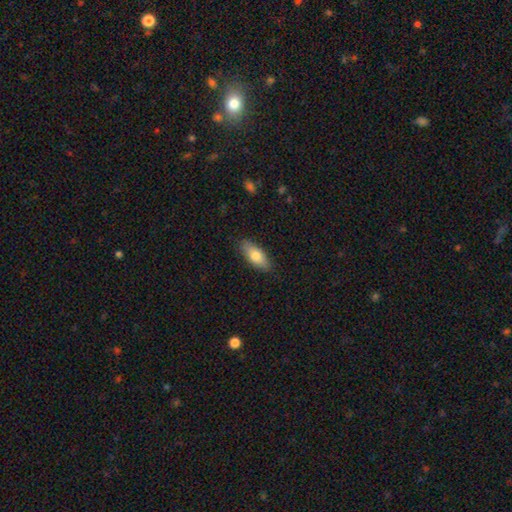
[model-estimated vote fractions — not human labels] smooth_or_featured: smooth (p=0.77) [alt: featured or disk p=0.17]
how_rounded: in between (p=0.82) [alt: cigar-shaped p=0.16]
merging: none (p=0.86) [alt: minor disturbance p=0.11]